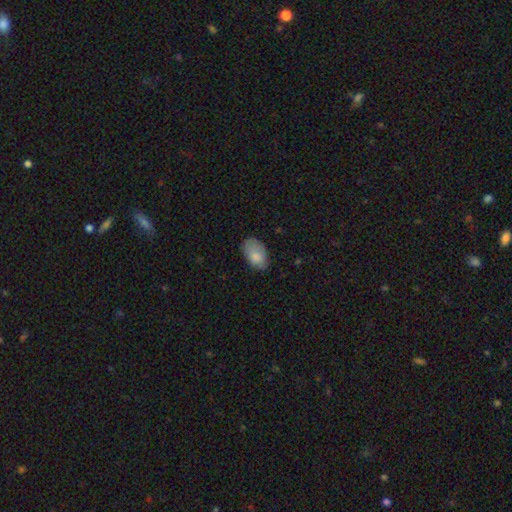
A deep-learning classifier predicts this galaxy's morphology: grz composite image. It shows a smooth galaxy with no disk features (82%) that is in between round and cigar-shaped (91%). Merging: none (64%).